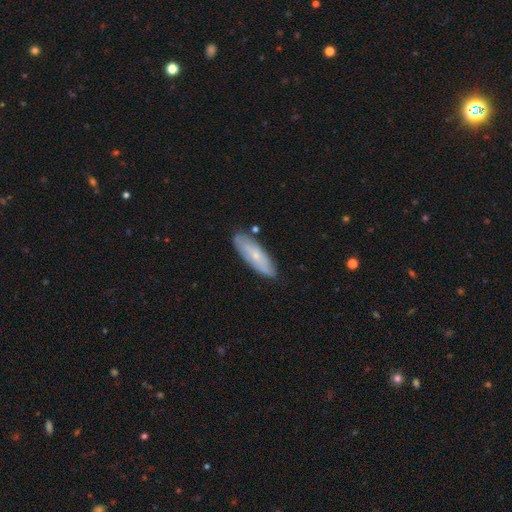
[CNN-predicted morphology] Smooth or featured?
  - smooth: 52% *
  - featured or disk: 41%
  - star or artifact: 6%
How rounded?
  - in between: 51% *
  - cigar-shaped: 46%
  - round: 2%
Merging?
  - none: 82% *
  - minor disturbance: 14%
  - major disturbance: 2%
  - merger: 2%